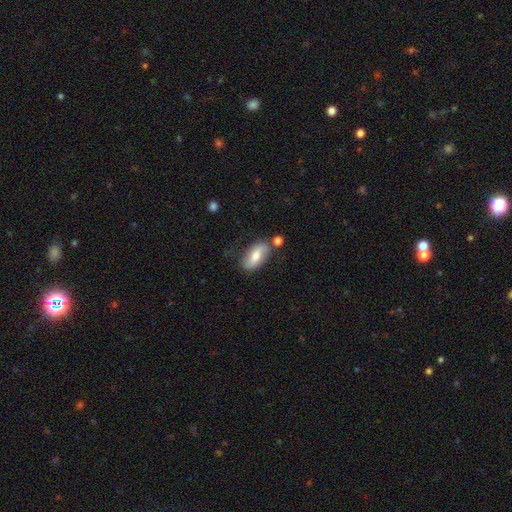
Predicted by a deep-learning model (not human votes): A smooth galaxy with no disk features (63%) that is in between round and cigar-shaped (88%).

Vote fractions:
- Smooth or featured? smooth: 63% / featured or disk: 30% / star or artifact: 6%
- How rounded? in between: 88% / cigar-shaped: 9% / round: 4%
- Merging? none: 73% / minor disturbance: 16% / merger: 7% / major disturbance: 4%